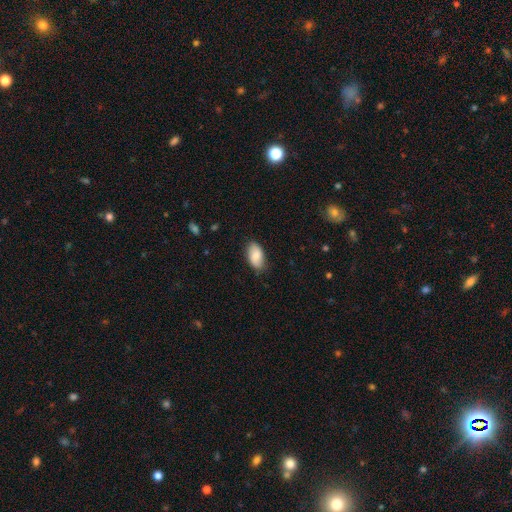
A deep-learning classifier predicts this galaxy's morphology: A smooth galaxy with no disk features (83%) that is in between round and cigar-shaped (94%). Merging: none (81%).